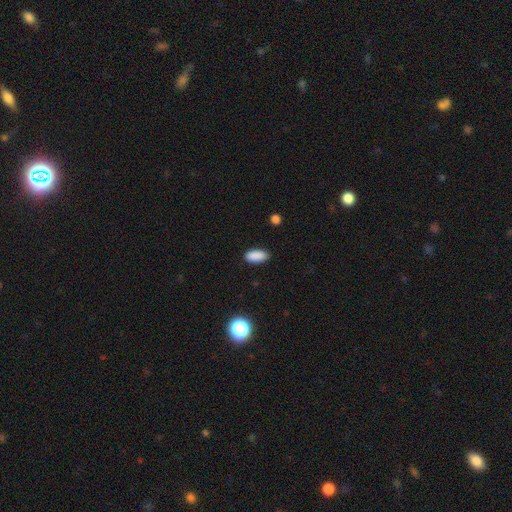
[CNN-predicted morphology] The model was most divided on "merging": none: 86%, minor disturbance: 10%, major disturbance: 2%, merger: 1%. More confident: smooth or featured — smooth (89%); how rounded — in between (88%).